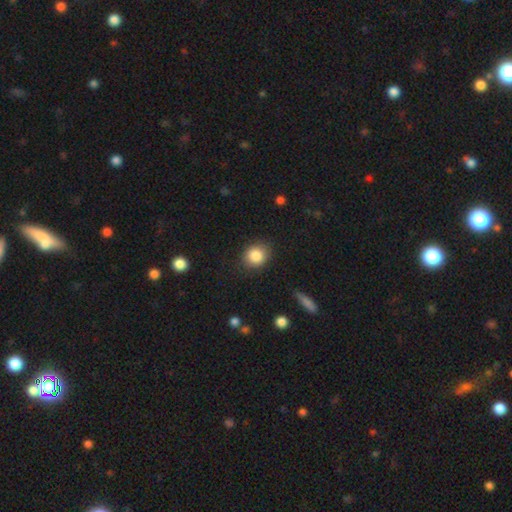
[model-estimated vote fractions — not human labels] A smooth galaxy with no disk features (85%) that is round (73%).

Vote fractions:
- Smooth or featured? smooth: 85% / star or artifact: 9% / featured or disk: 6%
- How rounded? round: 73% / in between: 26% / cigar-shaped: 1%
- Merging? none: 84% / minor disturbance: 12% / major disturbance: 3% / merger: 1%